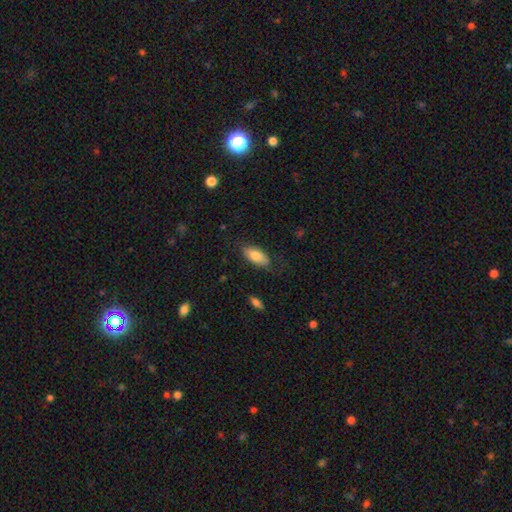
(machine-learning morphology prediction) Smooth or featured?
  - smooth: 79% *
  - featured or disk: 14%
  - star or artifact: 6%
How rounded?
  - in between: 84% *
  - cigar-shaped: 13%
  - round: 2%
Merging?
  - none: 75% *
  - minor disturbance: 18%
  - major disturbance: 5%
  - merger: 1%